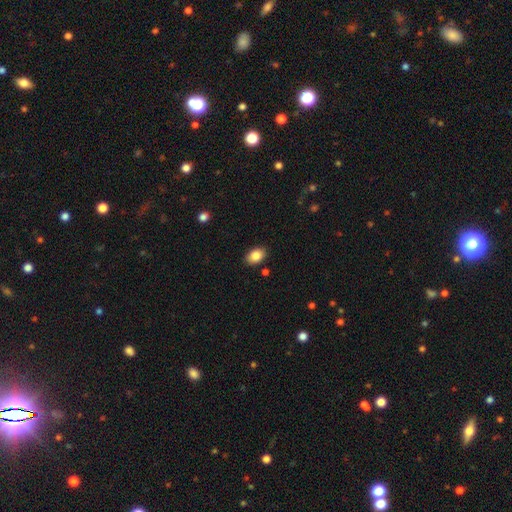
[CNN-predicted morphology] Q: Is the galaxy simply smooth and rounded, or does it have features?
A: smooth — 85%.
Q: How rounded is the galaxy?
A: in between — 82%.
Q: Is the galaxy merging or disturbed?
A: none — 87%.